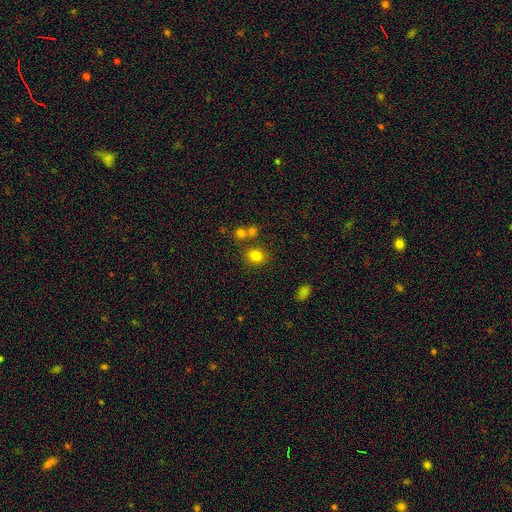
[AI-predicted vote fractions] smooth-or-featured: smooth: 80% | star or artifact: 13% | featured or disk: 7%
  how-rounded: round: 61% | in between: 38% | cigar-shaped: 1%
  merging: none: 76% | merger: 11% | minor disturbance: 10% | major disturbance: 3%